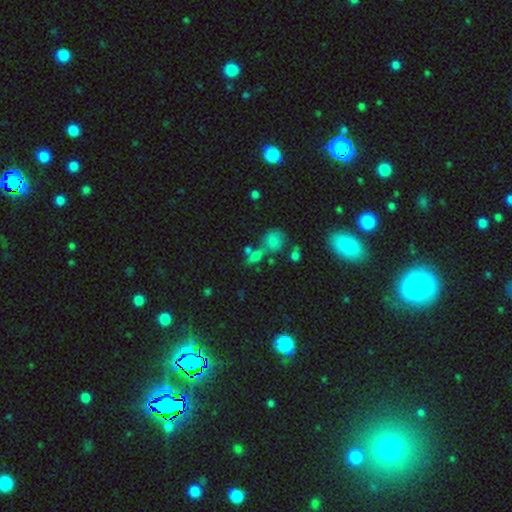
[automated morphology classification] The model was most divided on "merging": none: 46%, merger: 35%, minor disturbance: 12%, major disturbance: 7%. More confident: smooth or featured — smooth (62%); how rounded — in between (55%).